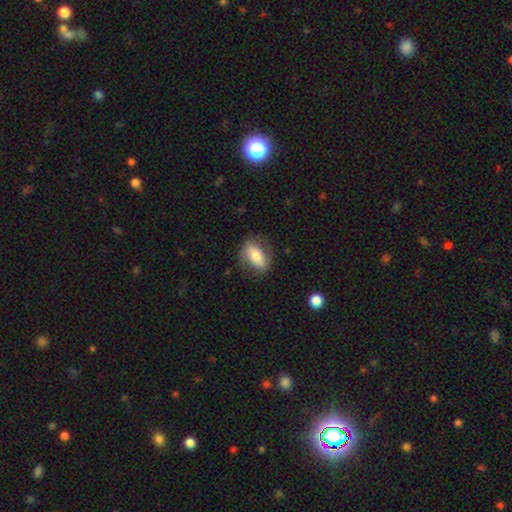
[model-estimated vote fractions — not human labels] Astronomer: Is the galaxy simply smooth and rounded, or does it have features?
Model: smooth — 65%.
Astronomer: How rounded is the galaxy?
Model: in between — 83%.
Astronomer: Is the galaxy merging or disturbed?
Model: none — 74%.